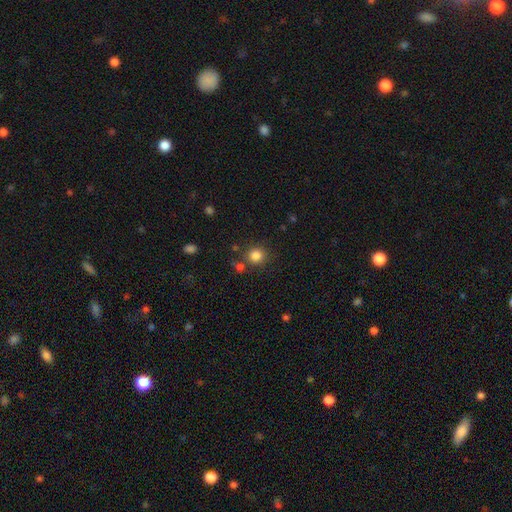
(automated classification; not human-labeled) This is clearly a smooth galaxy (83%). How rounded: clearly round (89%). Merging: likely none (78%).